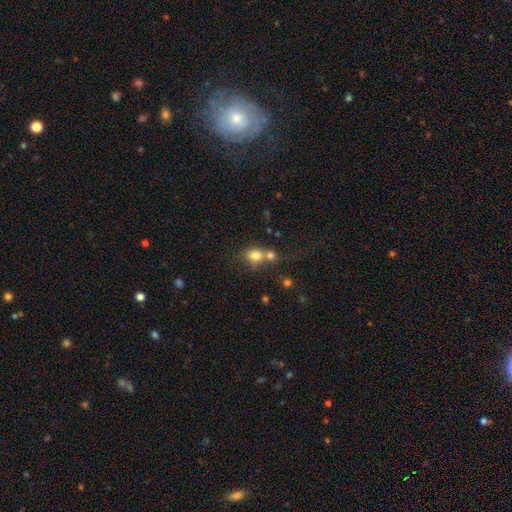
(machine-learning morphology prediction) Smooth or featured? Predicted: smooth (p=0.78). How rounded? Predicted: round (p=0.67). Merging? Predicted: merger (p=0.50).